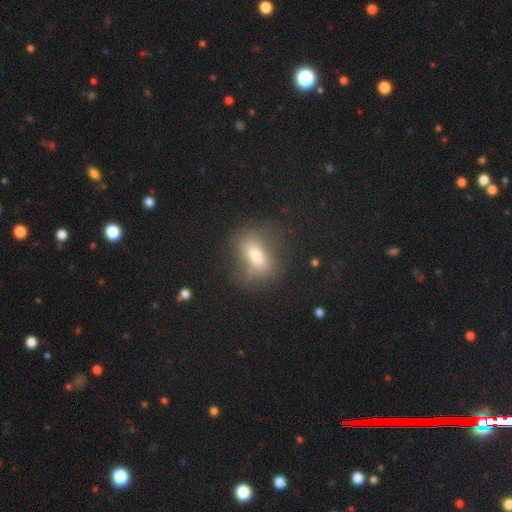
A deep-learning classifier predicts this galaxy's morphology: smooth 68%, featured or disk 19%, star or artifact 13%. Down the decision tree: how rounded — in between (76%); merging — none (66%).